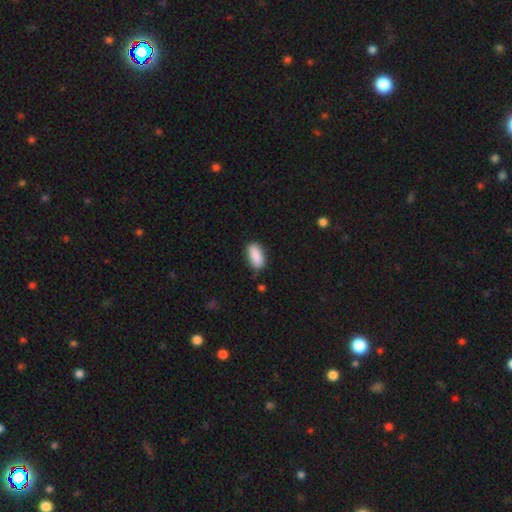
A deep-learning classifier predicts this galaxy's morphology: Smooth or featured: smooth — 88% (star or artifact — 7%)
How rounded: in between — 88% (cigar-shaped — 10%)
Merging: none — 73% (minor disturbance — 21%)